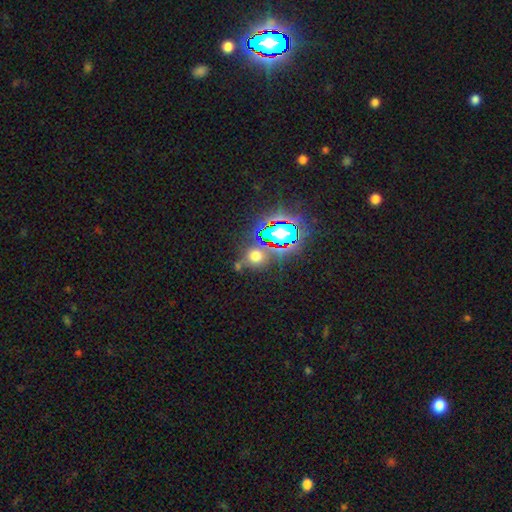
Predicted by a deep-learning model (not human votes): Smooth or featured? smooth (50%)
Merging? none (68%)